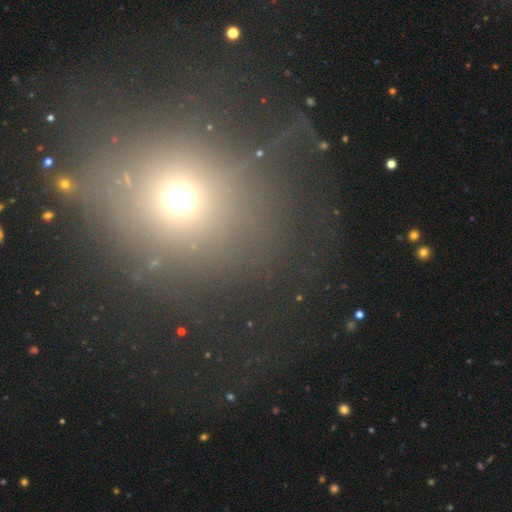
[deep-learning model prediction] Smooth or featured: smooth — 56% (star or artifact — 32%)
How rounded: round — 81% (in between — 18%)
Merging: none — 65% (major disturbance — 16%)